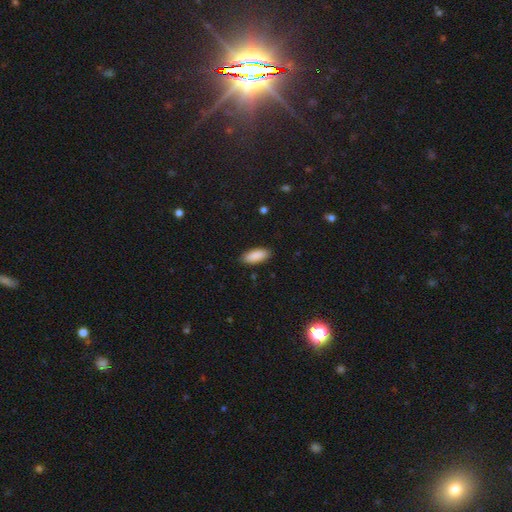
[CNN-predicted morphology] Q: Smooth or featured?
A: smooth (90%); runner-up: star or artifact (6%)
Q: How rounded?
A: in between (83%); runner-up: cigar-shaped (15%)
Q: Merging?
A: none (88%); runner-up: minor disturbance (9%)